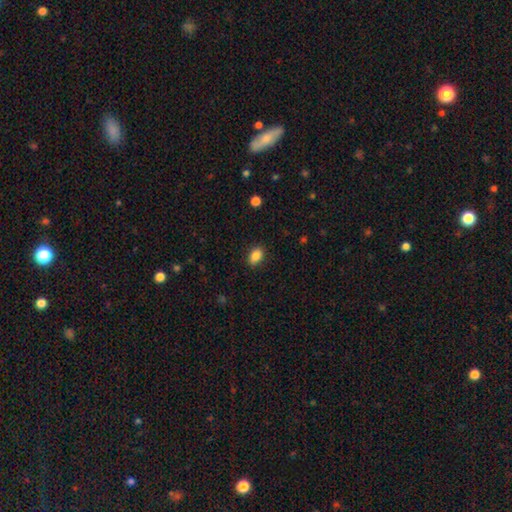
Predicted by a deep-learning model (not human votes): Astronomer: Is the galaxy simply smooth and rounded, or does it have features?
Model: smooth — 87%.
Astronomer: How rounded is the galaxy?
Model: in between — 82%.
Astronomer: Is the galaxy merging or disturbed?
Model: none — 88%.